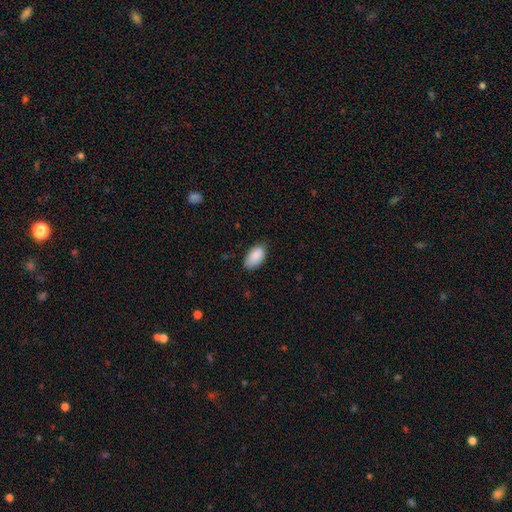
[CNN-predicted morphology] Overall: smooth (89%). How rounded: in between (95%). Merging: none (74%).